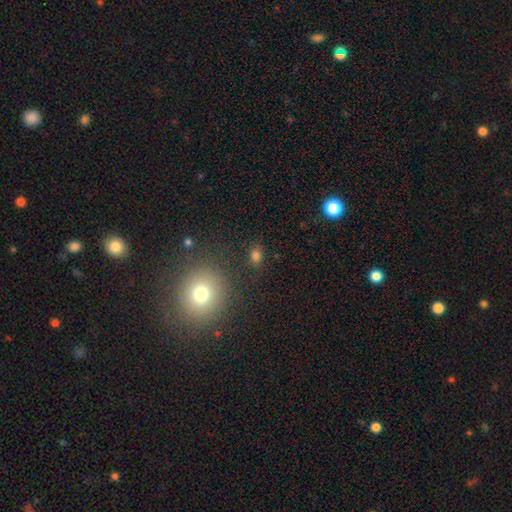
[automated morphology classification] Q: Smooth or featured?
A: smooth (75%); runner-up: star or artifact (19%)
Q: How rounded?
A: in between (55%); runner-up: round (43%)
Q: Merging?
A: none (79%); runner-up: minor disturbance (12%)